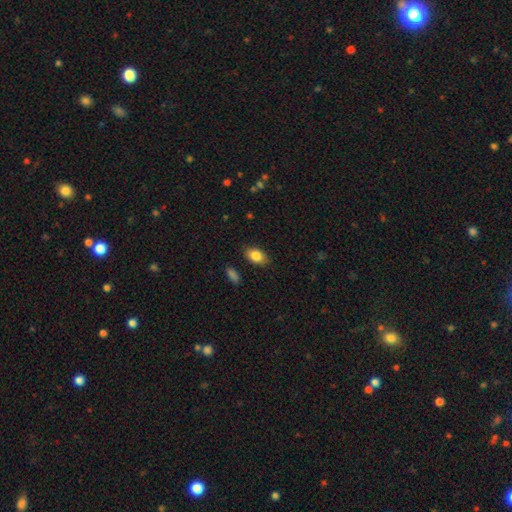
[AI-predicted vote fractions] This appears to be a smooth galaxy with no disk features (85%) that is in between round and cigar-shaped (90%). Merging: none (85%).